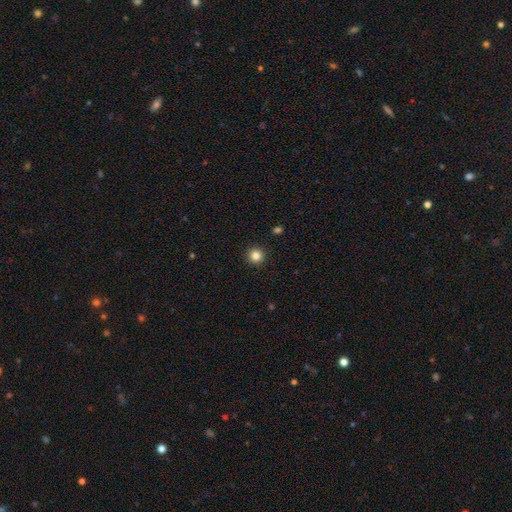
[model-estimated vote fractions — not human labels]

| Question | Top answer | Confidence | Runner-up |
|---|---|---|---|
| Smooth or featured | smooth | 84% | star or artifact (11%) |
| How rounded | round | 95% | in between (4%) |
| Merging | none | 93% | minor disturbance (4%) |